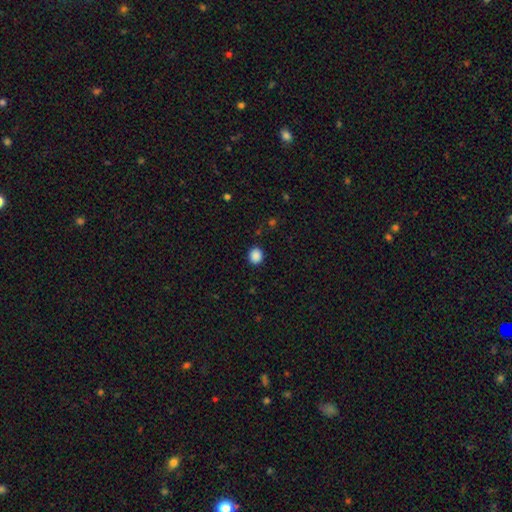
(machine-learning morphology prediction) A smooth galaxy with no disk features (88%) that is round (78%). Merging: none (90%).